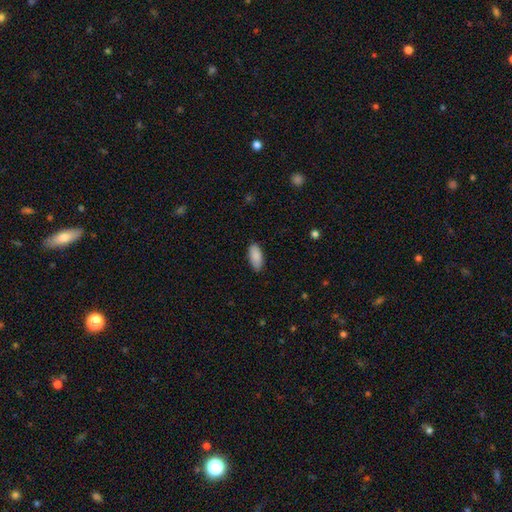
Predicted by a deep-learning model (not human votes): smooth 90%, star or artifact 6%, featured or disk 4%. Down the decision tree: how rounded — in between (87%); merging — none (86%).